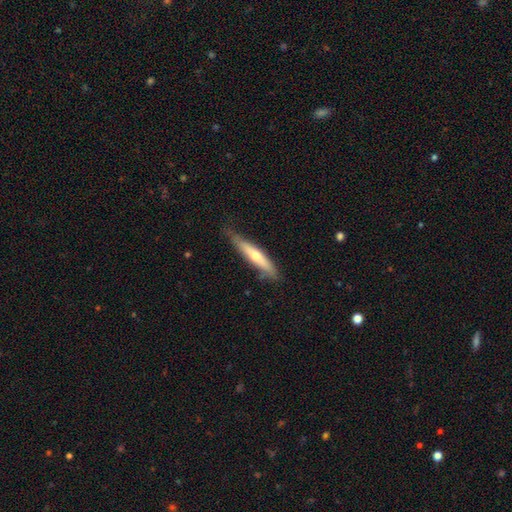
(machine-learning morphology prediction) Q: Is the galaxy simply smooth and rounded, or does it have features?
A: smooth — 53%.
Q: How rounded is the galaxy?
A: cigar-shaped — 87%.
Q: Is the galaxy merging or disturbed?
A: none — 73%.